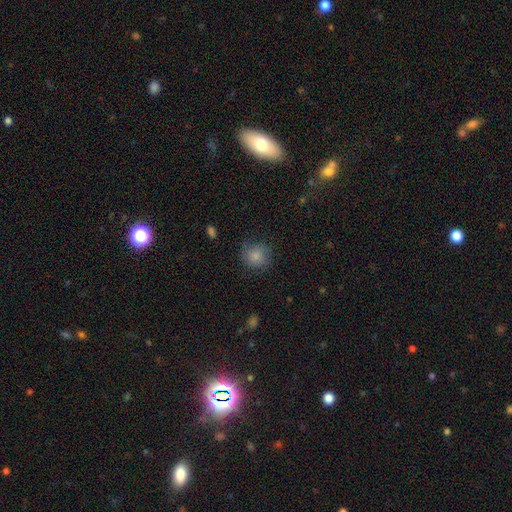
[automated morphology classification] A smooth galaxy with no disk features (82%) that is round (87%).

Vote fractions:
- Smooth or featured? smooth: 82% / featured or disk: 10% / star or artifact: 8%
- How rounded? round: 87% / in between: 12% / cigar-shaped: 1%
- Merging? none: 73% / minor disturbance: 19% / major disturbance: 6% / merger: 1%